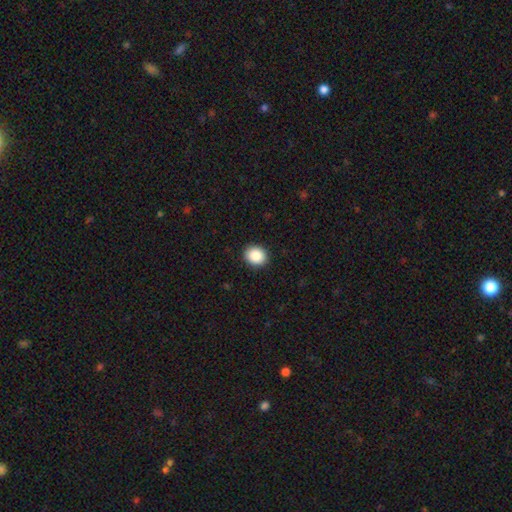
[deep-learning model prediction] This is clearly a smooth galaxy (88%). How rounded: likely round (71%). Merging: clearly none (92%).